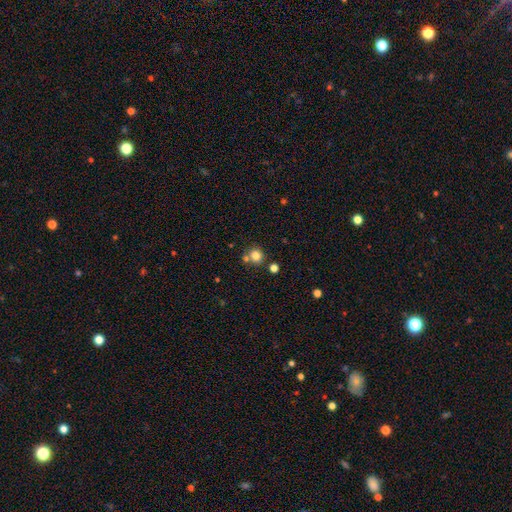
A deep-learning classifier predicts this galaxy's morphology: smooth-or-featured: smooth: 80% | star or artifact: 13% | featured or disk: 7%
  how-rounded: round: 87% | in between: 12% | cigar-shaped: 1%
  merging: none: 66% | merger: 21% | minor disturbance: 9% | major disturbance: 3%